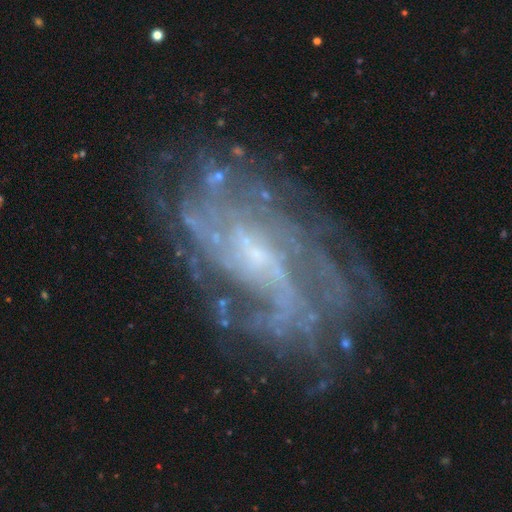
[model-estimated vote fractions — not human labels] Morphology: type=featured or disk (87%); edge-on=no (96%); bar=weak (46%); spiral arms=yes (94%); winding=tight (50%); arm count=can't tell (39%); bulge=small (74%); merging=none (71%).